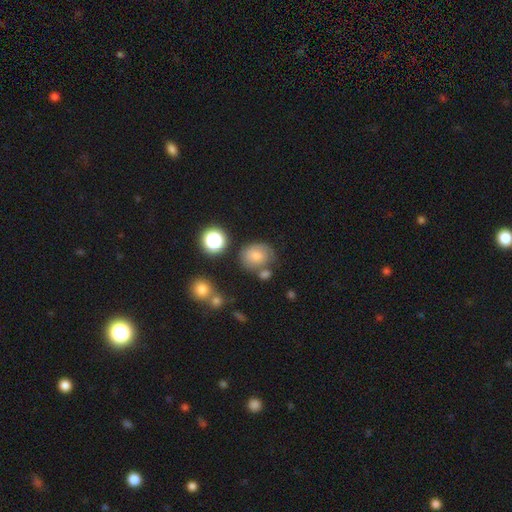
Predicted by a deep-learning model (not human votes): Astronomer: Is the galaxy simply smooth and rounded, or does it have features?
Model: smooth — 63%.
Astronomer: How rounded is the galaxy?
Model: round — 63%.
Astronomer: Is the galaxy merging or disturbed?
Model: none — 56%.